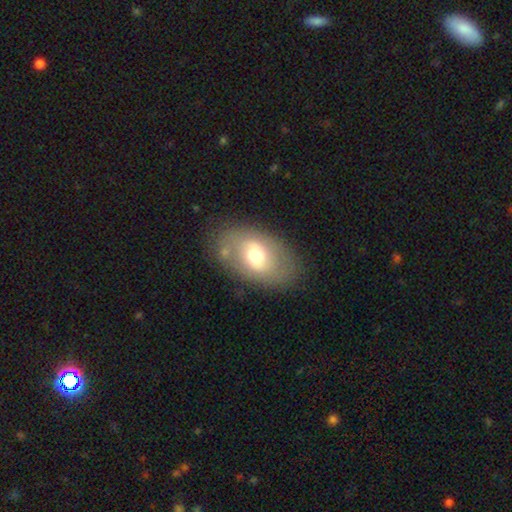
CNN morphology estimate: A smooth galaxy with no disk features (52%) that is in between round and cigar-shaped (87%). Merging: none (78%).